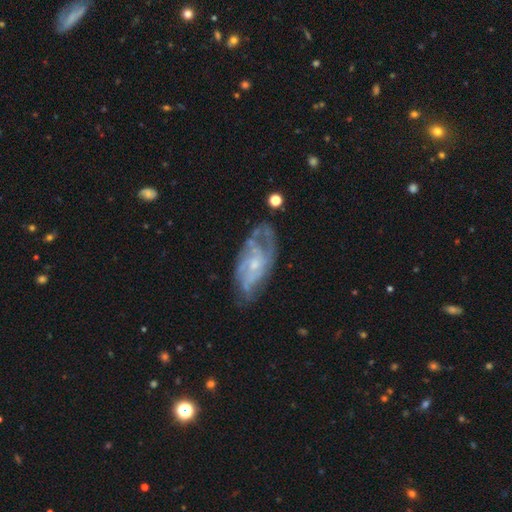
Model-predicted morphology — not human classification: Smooth or featured: featured or disk — 72% (smooth — 16%)
Edge-on disk: no — 88% (yes — 12%)
Bar: no — 64% (weak — 29%)
Spiral arms: yes — 83% (no — 17%)
Spiral winding: tight — 52% (medium — 36%)
Spiral arm count: can't tell — 47% (2 — 26%)
Bulge size: small — 69% (moderate — 24%)
Merging: none — 69% (minor disturbance — 20%)